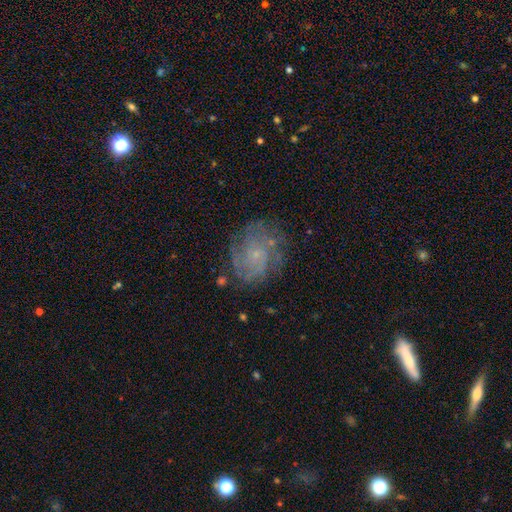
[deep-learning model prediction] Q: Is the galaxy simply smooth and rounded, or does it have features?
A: featured or disk — 72%.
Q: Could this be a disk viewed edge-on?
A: no — 98%.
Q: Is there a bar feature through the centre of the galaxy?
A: no — 78%.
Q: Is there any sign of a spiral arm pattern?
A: yes — 89%.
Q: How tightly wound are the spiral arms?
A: tight — 54%.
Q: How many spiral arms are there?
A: can't tell — 39%.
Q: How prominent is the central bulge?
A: small — 79%.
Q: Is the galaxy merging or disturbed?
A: none — 72%.